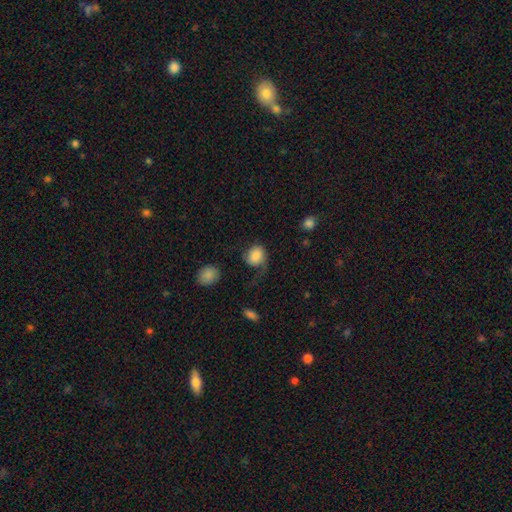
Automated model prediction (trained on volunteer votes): The model was most divided on "merging": none: 38%, major disturbance: 35%, minor disturbance: 24%, merger: 3%. More confident: smooth or featured — smooth (75%); how rounded — round (64%).